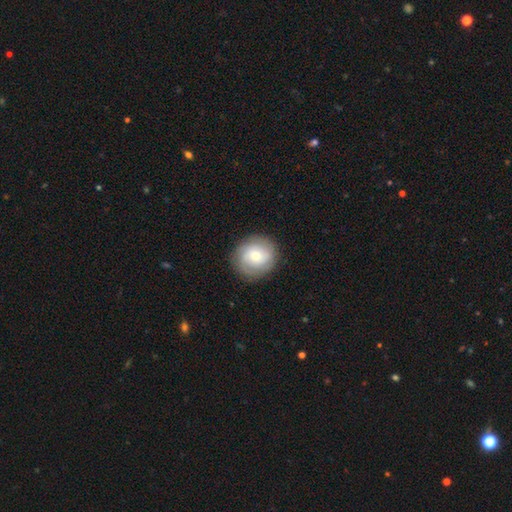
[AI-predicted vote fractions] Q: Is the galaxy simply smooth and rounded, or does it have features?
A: smooth — 58%.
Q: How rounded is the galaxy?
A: round — 90%.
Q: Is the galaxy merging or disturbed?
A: none — 87%.